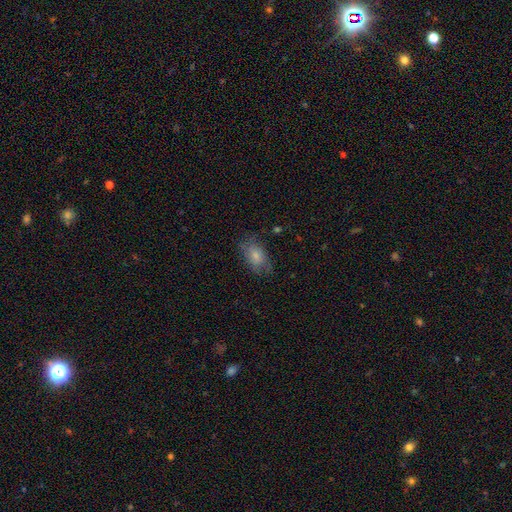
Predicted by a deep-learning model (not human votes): This is likely a smooth galaxy (73%). How rounded: clearly in between (89%). Merging: likely none (65%).